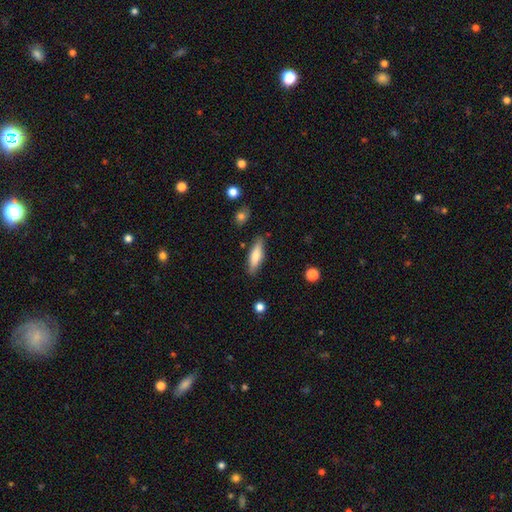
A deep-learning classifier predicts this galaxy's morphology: Smooth or featured?
  - smooth: 69% *
  - featured or disk: 25%
  - star or artifact: 6%
How rounded?
  - cigar-shaped: 59% *
  - in between: 39%
  - round: 2%
Merging?
  - none: 84% *
  - minor disturbance: 11%
  - merger: 2%
  - major disturbance: 2%